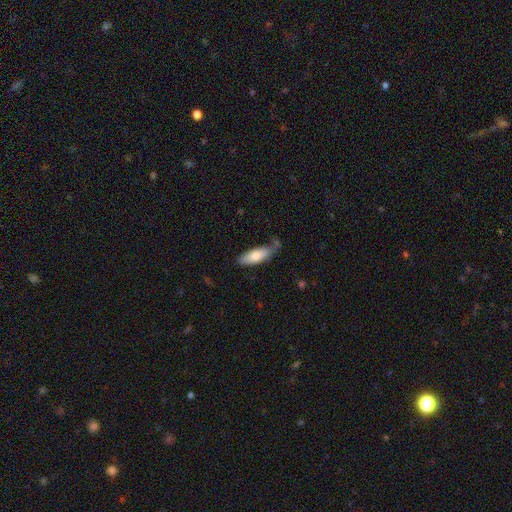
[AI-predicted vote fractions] smooth_or_featured: smooth (p=0.78) [alt: featured or disk p=0.16]
how_rounded: in between (p=0.65) [alt: cigar-shaped p=0.33]
merging: none (p=0.57) [alt: minor disturbance p=0.29]